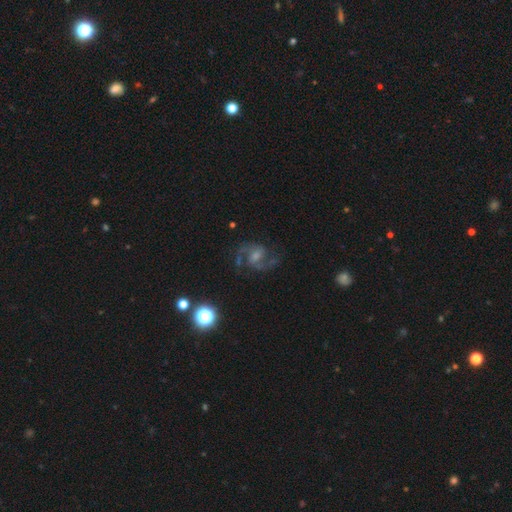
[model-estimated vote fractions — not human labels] This is clearly a featured or disk galaxy (86%). It is clearly not viewed edge-on (98%). Bar: possibly weak (52%). Spiral arm pattern: clearly yes (98%). Spiral arm count: clearly 2 (88%). Spiral winding: likely medium (62%). Central bulge: marginally moderate (40%). Merging: likely none (76%).